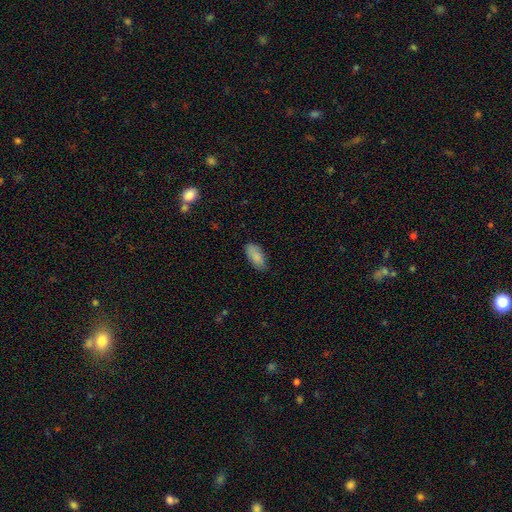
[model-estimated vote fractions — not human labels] Smooth or featured? Predicted: smooth (p=0.87). How rounded? Predicted: in between (p=0.90). Merging? Predicted: none (p=0.79).